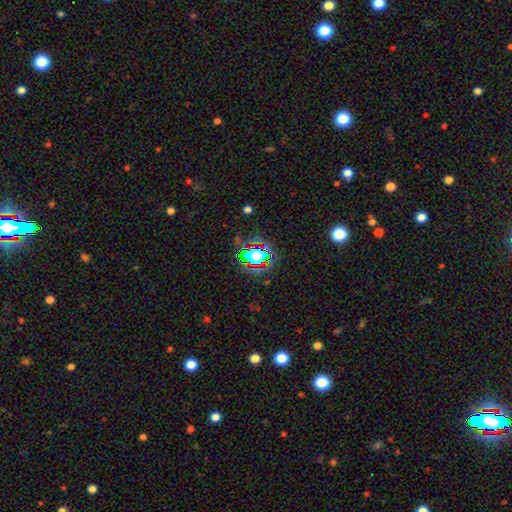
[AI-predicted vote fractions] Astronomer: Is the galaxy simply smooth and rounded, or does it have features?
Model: star or artifact — 53% (runner-up: smooth, 32%).